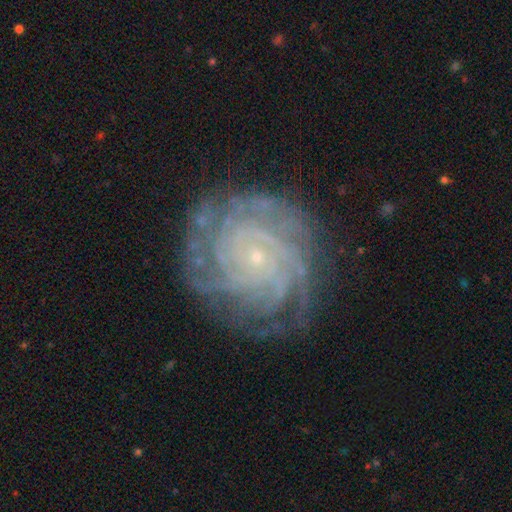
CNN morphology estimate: Smooth or featured: featured or disk — 87% (star or artifact — 7%)
Edge-on disk: no — 98% (yes — 2%)
Bar: no — 79% (weak — 16%)
Spiral arms: yes — 97% (no — 3%)
Spiral winding: tight — 82% (medium — 15%)
Spiral arm count: 4 — 26% (can't tell — 23%)
Bulge size: small — 89% (moderate — 7%)
Merging: none — 79% (minor disturbance — 15%)